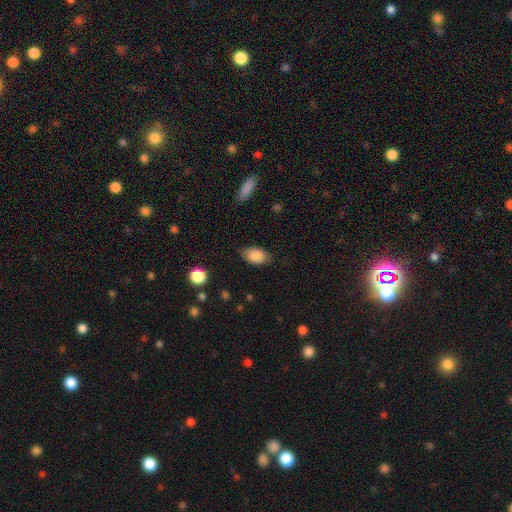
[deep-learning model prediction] smooth 87%, star or artifact 7%, featured or disk 6%. Down the decision tree: how rounded — in between (90%); merging — none (78%).